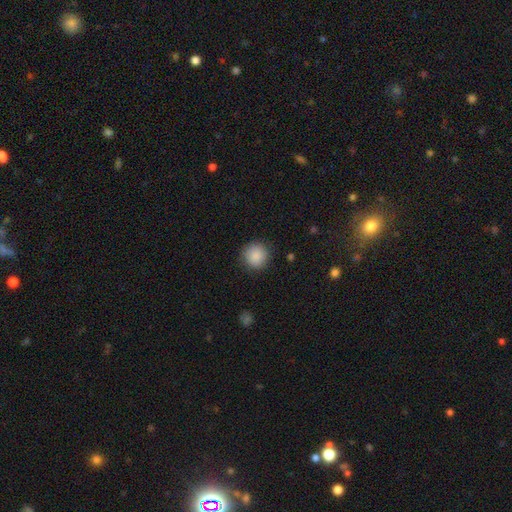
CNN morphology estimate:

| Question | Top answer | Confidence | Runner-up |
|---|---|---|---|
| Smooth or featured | smooth | 88% | star or artifact (8%) |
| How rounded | round | 93% | in between (6%) |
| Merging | none | 88% | minor disturbance (8%) |